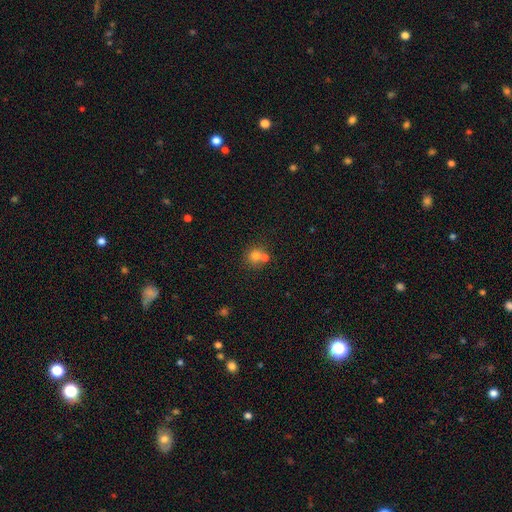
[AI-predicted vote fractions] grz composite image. It shows a smooth galaxy with no disk features (73%) that is round (85%). Merging: none (47%).